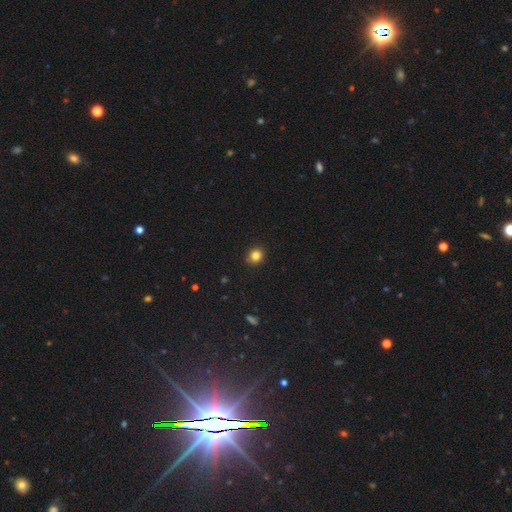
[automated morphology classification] Smooth or featured? Predicted: smooth (p=0.83). How rounded? Predicted: round (p=0.79). Merging? Predicted: none (p=0.88).